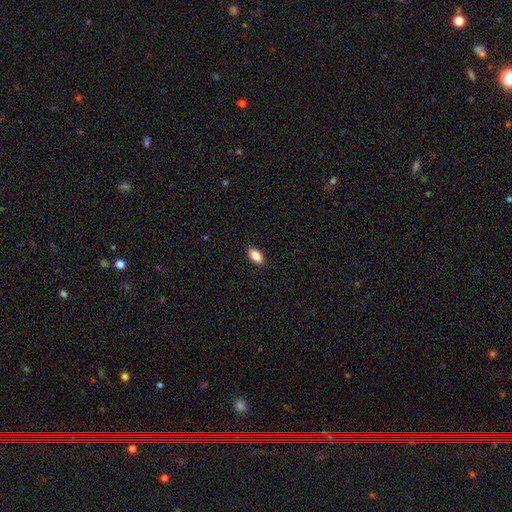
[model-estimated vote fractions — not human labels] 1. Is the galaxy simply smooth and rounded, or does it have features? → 85% smooth, 7% featured or disk, 7% star or artifact.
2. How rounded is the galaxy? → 92% in between, 4% cigar-shaped, 4% round.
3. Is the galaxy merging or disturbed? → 89% none, 8% minor disturbance, 2% major disturbance, 1% merger.